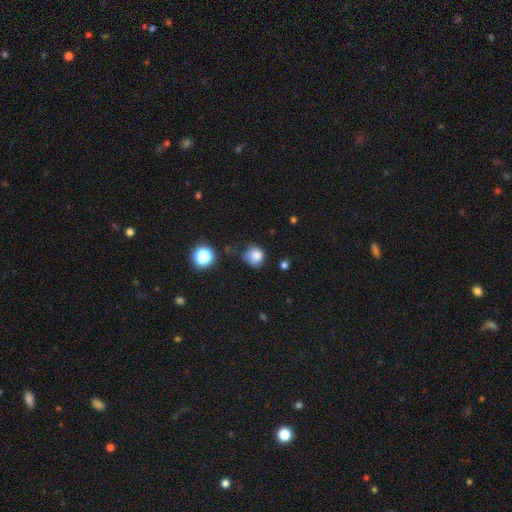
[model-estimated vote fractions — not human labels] Smooth or featured?
  - smooth: 83% *
  - star or artifact: 12%
  - featured or disk: 5%
How rounded?
  - round: 86% *
  - in between: 14%
  - cigar-shaped: 1%
Merging?
  - none: 59% *
  - minor disturbance: 29%
  - major disturbance: 8%
  - merger: 4%